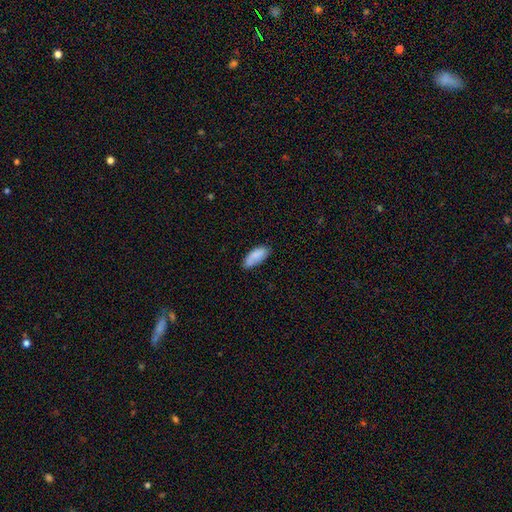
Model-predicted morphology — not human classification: smooth_or_featured: smooth (p=0.84) [alt: featured or disk p=0.09]
how_rounded: in between (p=0.84) [alt: cigar-shaped p=0.15]
merging: none (p=0.70) [alt: minor disturbance p=0.24]